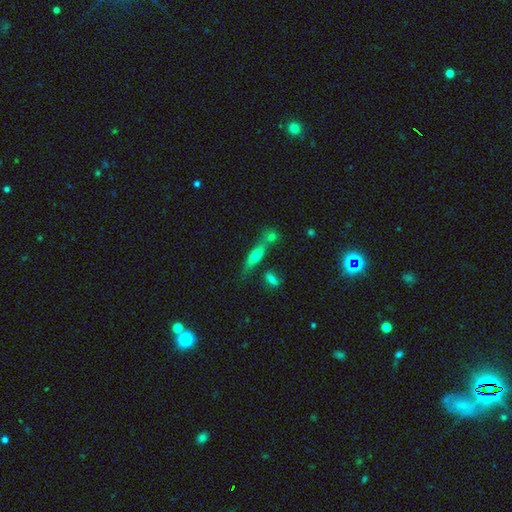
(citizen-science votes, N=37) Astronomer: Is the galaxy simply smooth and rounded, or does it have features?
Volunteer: smooth — 65%.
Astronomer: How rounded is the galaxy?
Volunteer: in between — 67%.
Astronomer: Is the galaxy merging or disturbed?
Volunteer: none — 39% (runner-up: merger, 36%).